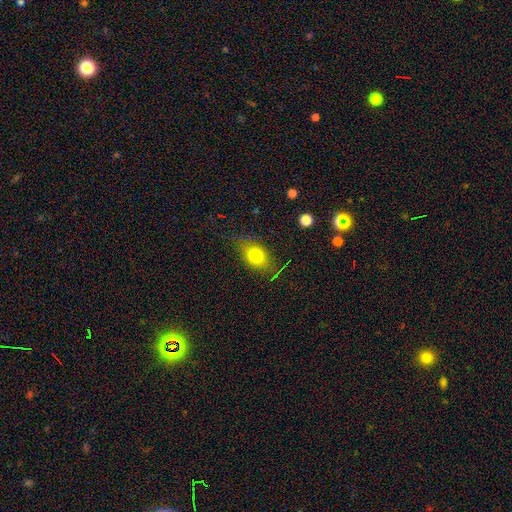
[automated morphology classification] Smooth or featured? smooth (75%)
How rounded? in between (66%)
Merging? none (74%)